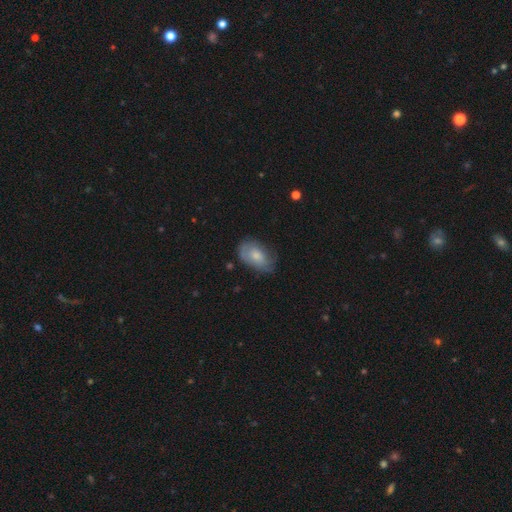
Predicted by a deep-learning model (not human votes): The model was most divided on "smooth or featured": smooth: 61%, featured or disk: 32%, star or artifact: 7%. More confident: how rounded — in between (88%); merging — none (60%).